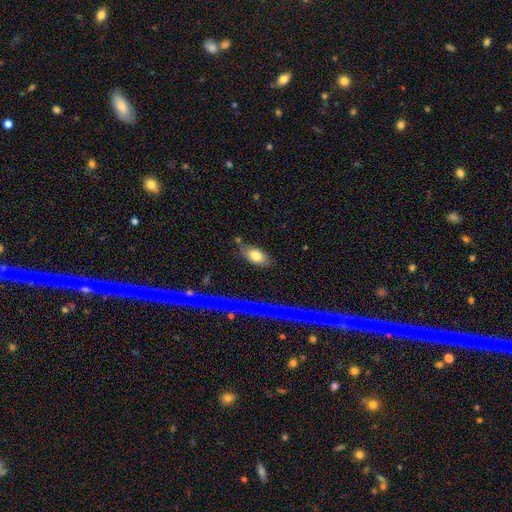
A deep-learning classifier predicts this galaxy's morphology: This is likely a smooth galaxy (79%). How rounded: clearly in between (88%). Merging: likely none (76%).